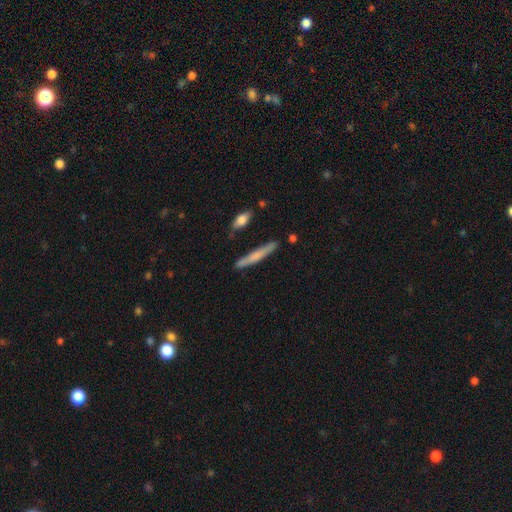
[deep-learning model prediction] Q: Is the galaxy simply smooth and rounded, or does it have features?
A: smooth — 61%.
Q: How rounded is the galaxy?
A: cigar-shaped — 95%.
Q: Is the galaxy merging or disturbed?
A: none — 84%.